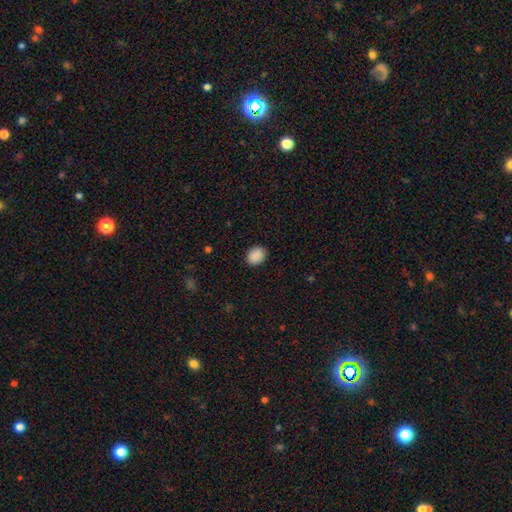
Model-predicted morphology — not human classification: This is clearly a smooth galaxy (90%). How rounded: possibly in between (52%). Merging: clearly none (89%).